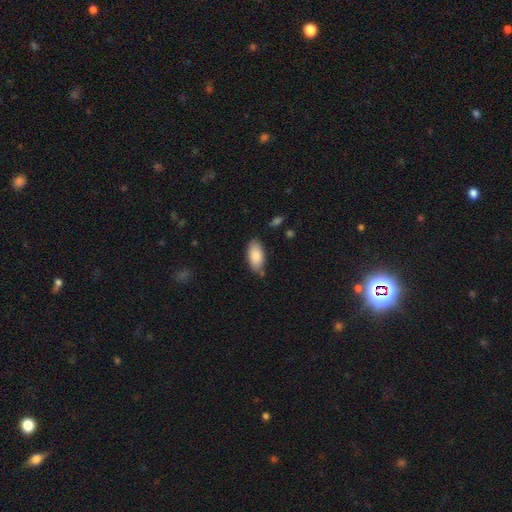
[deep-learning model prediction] Smooth or featured? smooth (87%)
How rounded? in between (93%)
Merging? none (78%)